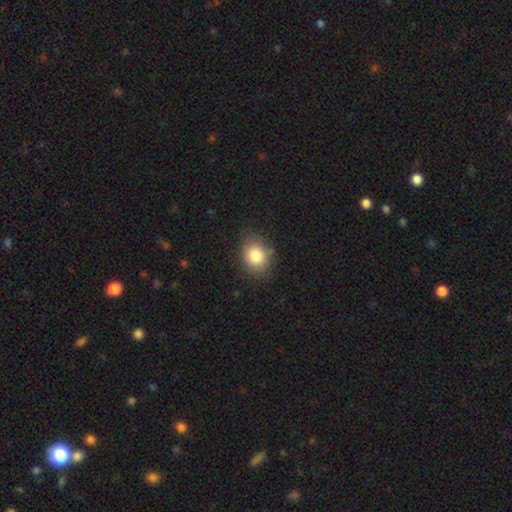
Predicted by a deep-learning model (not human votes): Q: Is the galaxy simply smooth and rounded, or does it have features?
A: smooth — 82%.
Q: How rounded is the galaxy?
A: round — 50%.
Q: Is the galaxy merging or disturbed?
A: none — 82%.